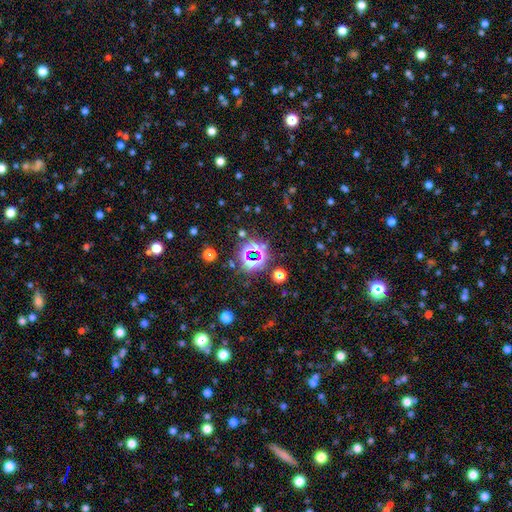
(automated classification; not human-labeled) Morphology: type=star or artifact (73%).